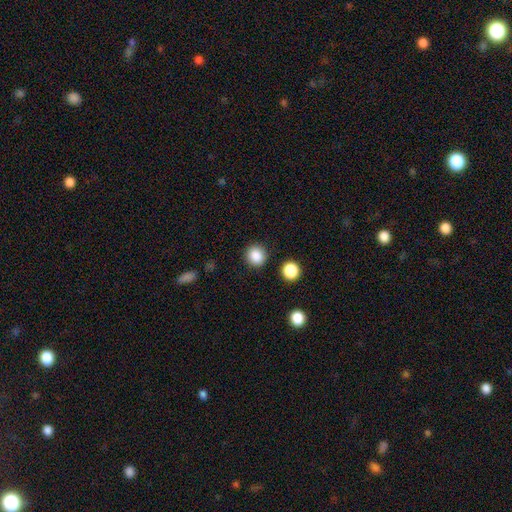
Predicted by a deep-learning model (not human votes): Smooth or featured?
  - smooth: 87% *
  - star or artifact: 10%
  - featured or disk: 3%
How rounded?
  - round: 89% *
  - in between: 10%
  - cigar-shaped: 1%
Merging?
  - none: 89% *
  - minor disturbance: 6%
  - merger: 3%
  - major disturbance: 2%